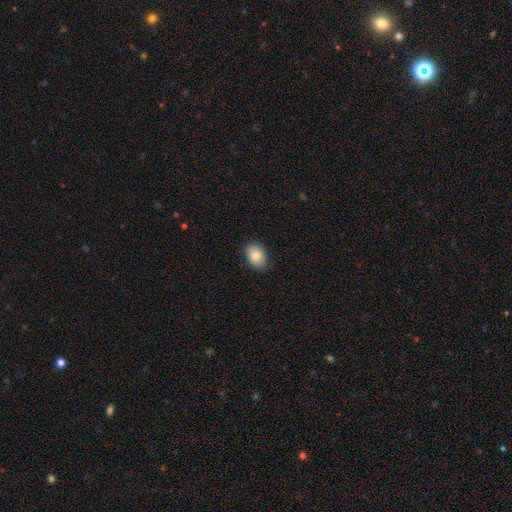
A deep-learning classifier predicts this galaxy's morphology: Overall: smooth (83%). How rounded: in between (81%). Merging: none (84%).